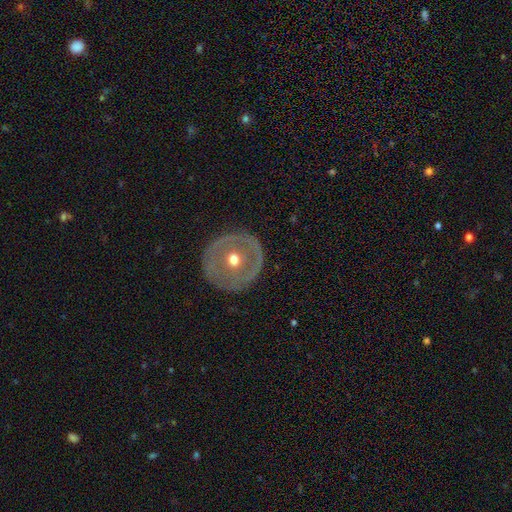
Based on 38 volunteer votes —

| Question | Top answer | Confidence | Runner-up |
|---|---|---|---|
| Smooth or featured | featured or disk | 68% | smooth (29%) |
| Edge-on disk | no | 96% | yes (4%) |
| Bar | no | 88% | weak (8%) |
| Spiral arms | no | 88% | yes (12%) |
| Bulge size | moderate | 56% | small (36%) |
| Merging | none | 78% | minor disturbance (14%) |